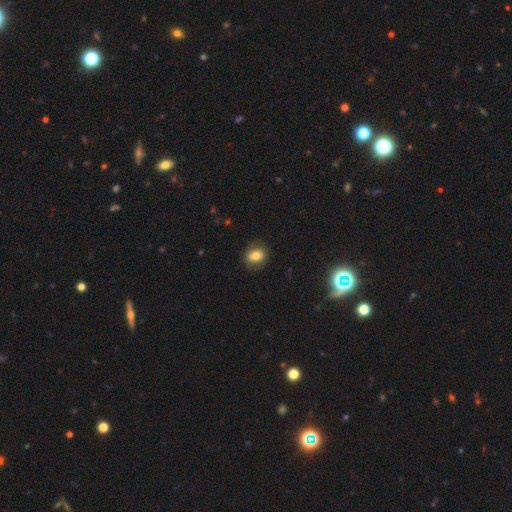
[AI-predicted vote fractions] Smooth or featured: smooth — 73% (featured or disk — 18%)
How rounded: in between — 59% (round — 40%)
Merging: none — 79% (minor disturbance — 14%)